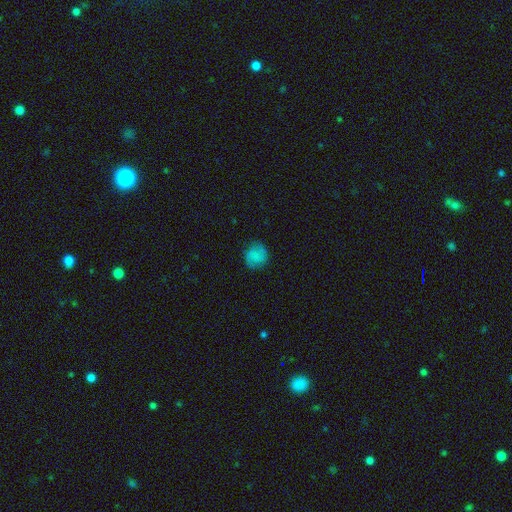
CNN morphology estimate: A smooth galaxy with no disk features (67%) that is round (83%).

Vote fractions:
- Smooth or featured? smooth: 67% / featured or disk: 22% / star or artifact: 11%
- How rounded? round: 83% / in between: 16% / cigar-shaped: 1%
- Merging? none: 82% / minor disturbance: 13% / major disturbance: 5% / merger: 1%